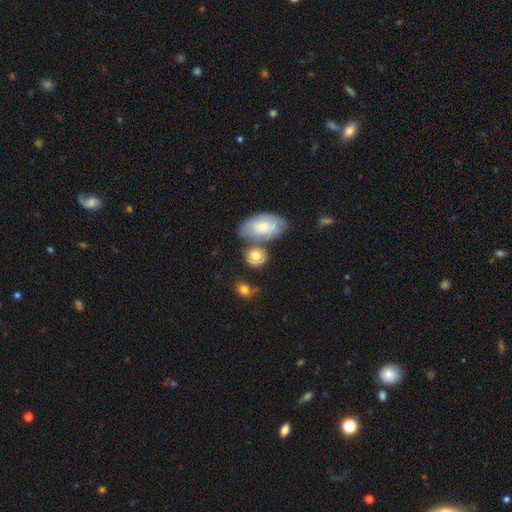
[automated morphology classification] Smooth or featured? Predicted: smooth (p=0.76). How rounded? Predicted: round (p=0.62). Merging? Predicted: none (p=0.55).